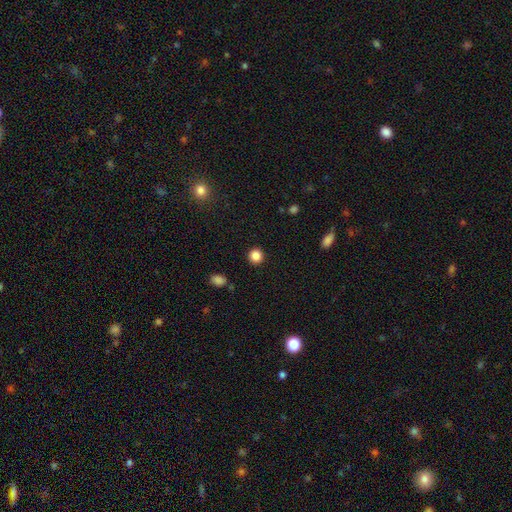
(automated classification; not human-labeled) This appears to be a smooth galaxy with no disk features (85%) that is round (93%). Merging: none (91%).